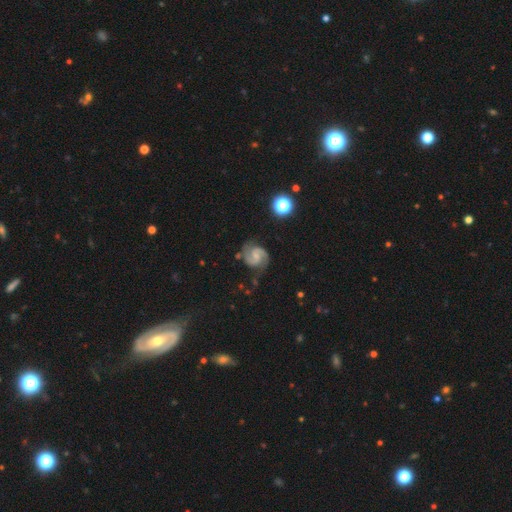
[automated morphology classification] Smooth or featured: featured or disk — 89% (smooth — 5%)
Edge-on disk: no — 98% (yes — 2%)
Bar: weak — 50% (no — 38%)
Spiral arms: yes — 98% (no — 2%)
Spiral winding: medium — 59% (tight — 26%)
Spiral arm count: 2 — 93% (can't tell — 2%)
Bulge size: small — 52% (moderate — 23%)
Merging: none — 77% (minor disturbance — 16%)